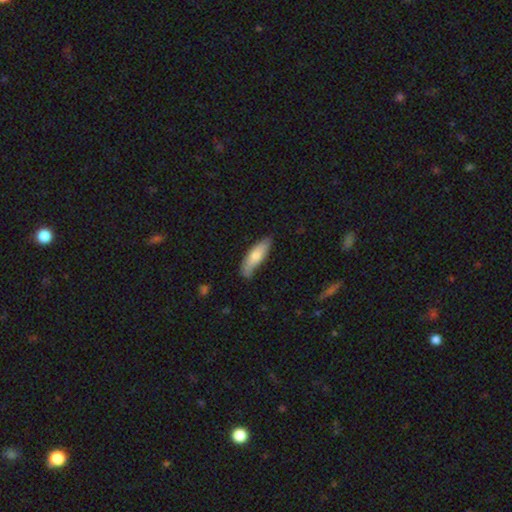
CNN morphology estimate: A smooth galaxy with no disk features (69%) that is cigar-shaped (49%, tied with in between).

Vote fractions:
- Smooth or featured? smooth: 69% / featured or disk: 26% / star or artifact: 5%
- How rounded? cigar-shaped: 49% (tied) / in between: 49% (tied) / round: 2%
- Merging? none: 72% / minor disturbance: 23% / major disturbance: 4% / merger: 2%